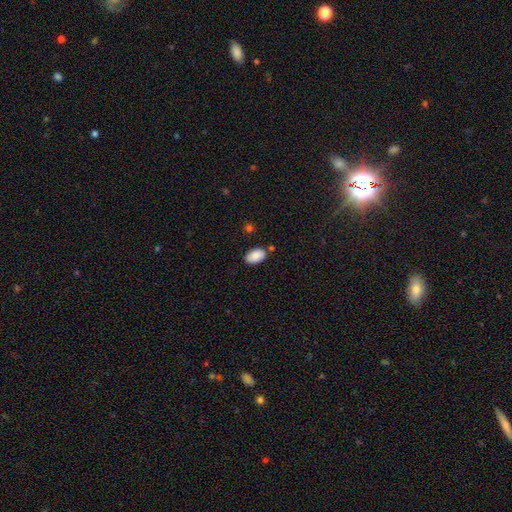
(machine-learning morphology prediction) This appears to be a smooth galaxy with no disk features (87%) that is in between round and cigar-shaped (93%). Merging: none (80%).